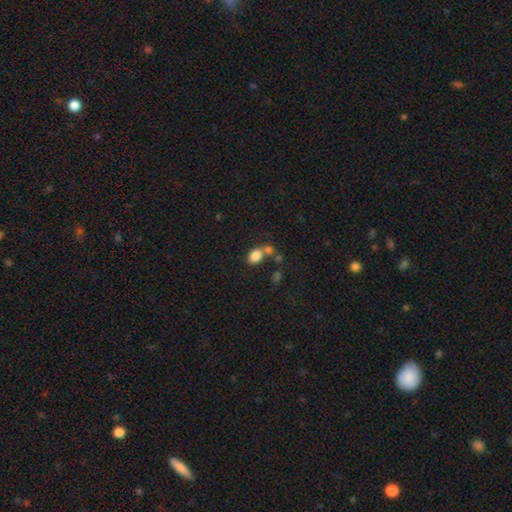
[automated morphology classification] type=smooth (82%); roundness=in between (63%); merging=none (49%).